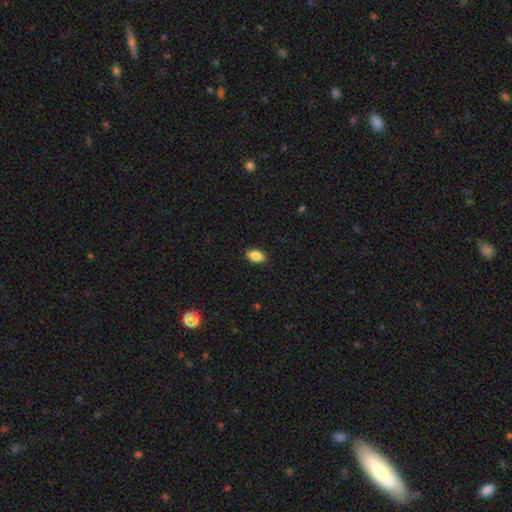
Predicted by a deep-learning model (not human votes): This is clearly a smooth galaxy (86%). How rounded: clearly in between (91%). Merging: clearly none (88%).